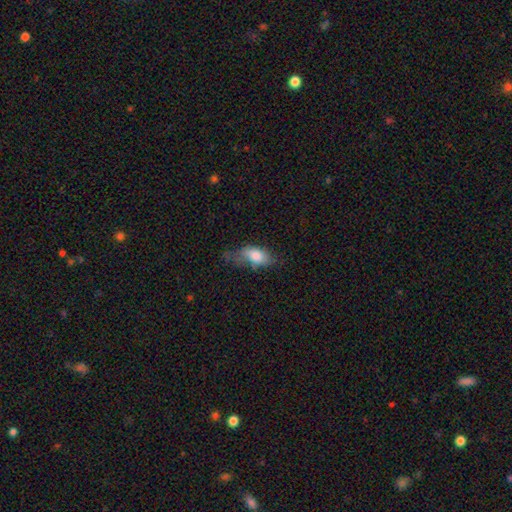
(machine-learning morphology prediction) A smooth galaxy with no disk features (77%) that is in between round and cigar-shaped (85%).

Vote fractions:
- Smooth or featured? smooth: 77% / featured or disk: 16% / star or artifact: 8%
- How rounded? in between: 85% / cigar-shaped: 10% / round: 5%
- Merging? minor disturbance: 36% / none: 34% / major disturbance: 26% / merger: 5%